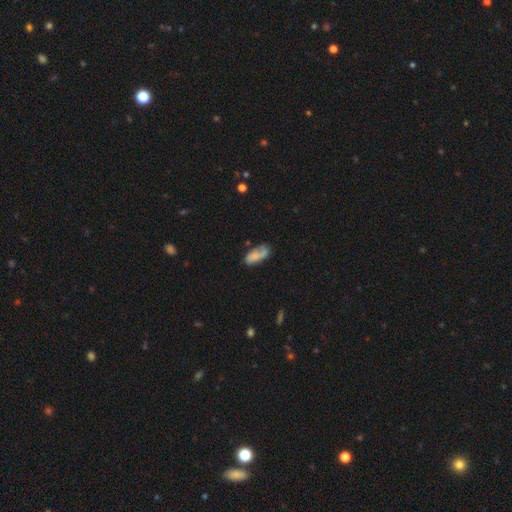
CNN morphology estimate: This is likely a smooth galaxy (67%). How rounded: clearly in between (84%). Merging: possibly none (48%).